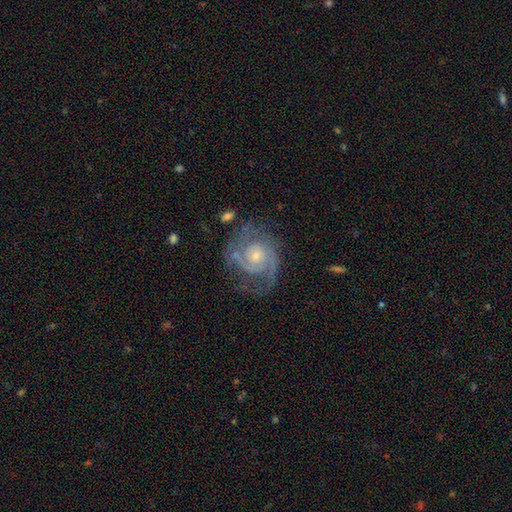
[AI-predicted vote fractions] A featured or disk galaxy (88%) with no bar (69%), 2 (76%) medium (45%) spiral arms (97%) and a small central bulge (52%). Merging: none (68%).